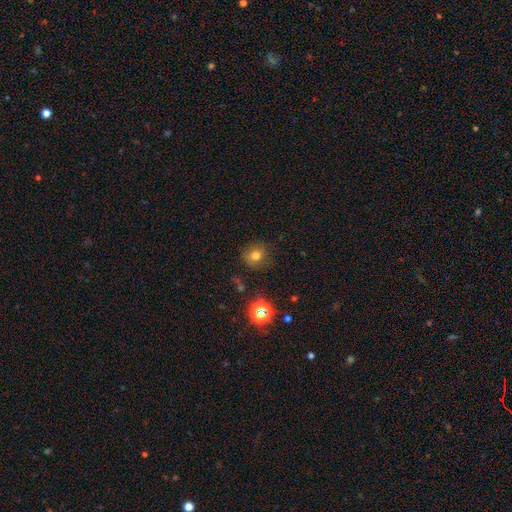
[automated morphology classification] Smooth or featured? smooth (73%)
How rounded? round (85%)
Merging? none (82%)